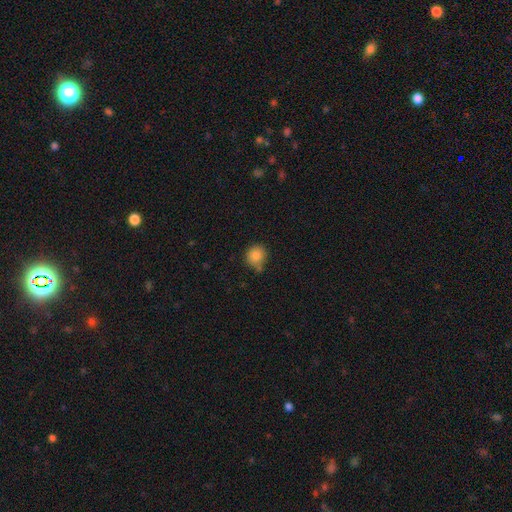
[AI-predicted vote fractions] smooth-or-featured: smooth: 85% | star or artifact: 10% | featured or disk: 6%
  how-rounded: round: 85% | in between: 14% | cigar-shaped: 1%
  merging: none: 66% | minor disturbance: 19% | merger: 10% | major disturbance: 4%